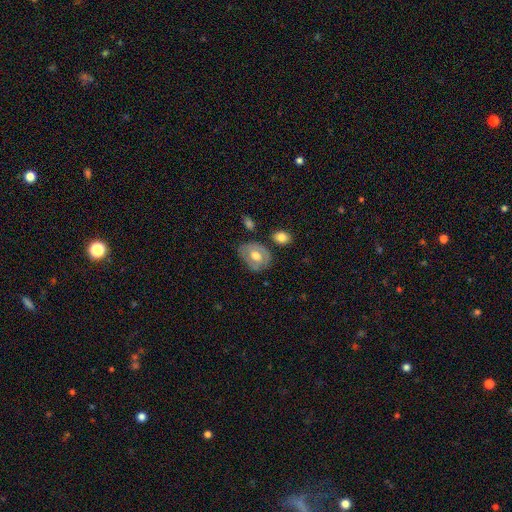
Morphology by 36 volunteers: A smooth galaxy with no disk features (53%) that is round (53%). Merging: none (49%).